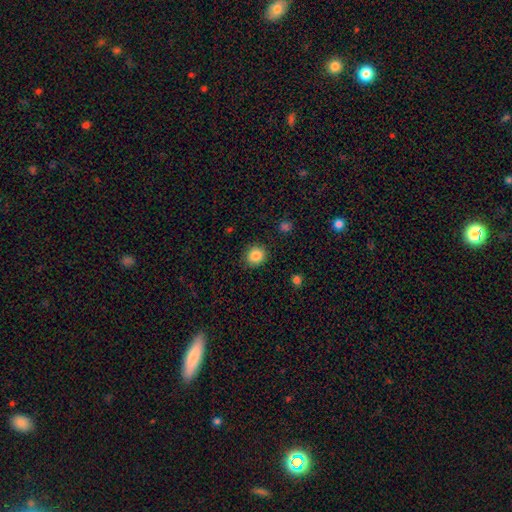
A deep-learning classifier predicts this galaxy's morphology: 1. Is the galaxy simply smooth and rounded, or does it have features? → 86% smooth, 10% star or artifact, 4% featured or disk.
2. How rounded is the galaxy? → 87% round, 12% in between, 1% cigar-shaped.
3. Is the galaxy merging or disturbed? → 88% none, 8% minor disturbance, 2% major disturbance, 1% merger.